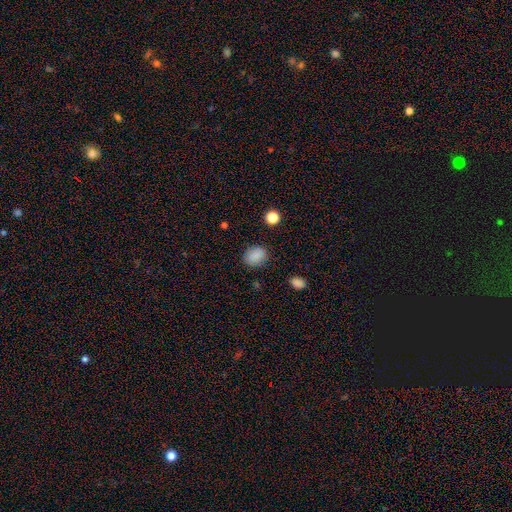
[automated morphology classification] A smooth galaxy with no disk features (87%) that is in between round and cigar-shaped (58%).

Vote fractions:
- Smooth or featured? smooth: 87% / star or artifact: 9% / featured or disk: 4%
- How rounded? in between: 58% / round: 41% / cigar-shaped: 1%
- Merging? none: 84% / minor disturbance: 11% / major disturbance: 3% / merger: 1%